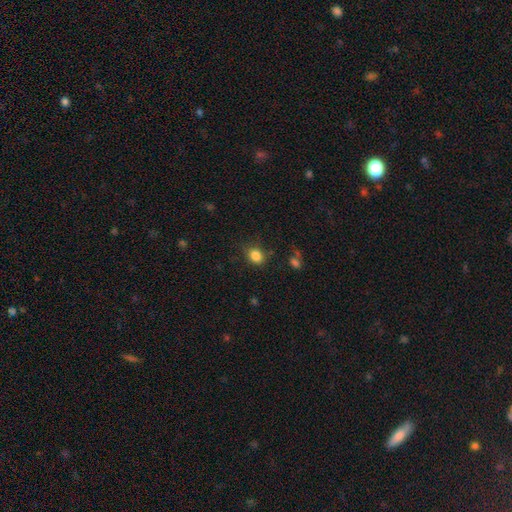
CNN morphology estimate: The model was most divided on "how rounded": round: 50%, in between: 49%, cigar-shaped: 1%. More confident: smooth or featured — smooth (84%); merging — none (77%).